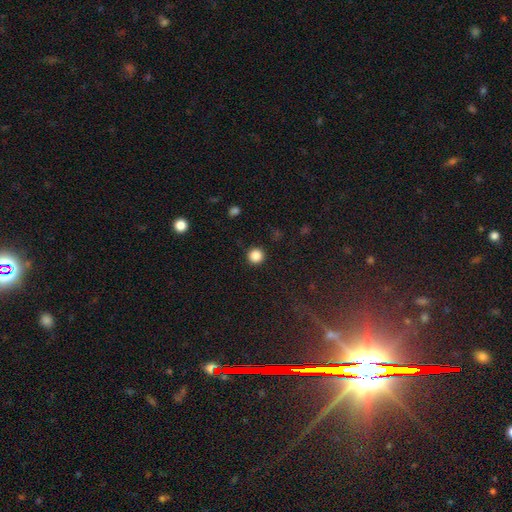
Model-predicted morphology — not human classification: Smooth or featured? smooth (86%)
How rounded? round (95%)
Merging? none (92%)